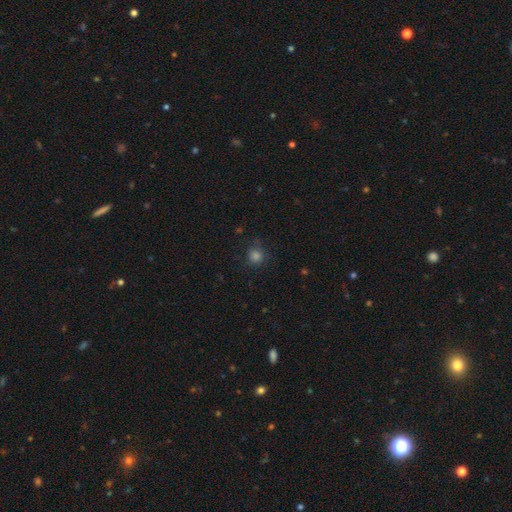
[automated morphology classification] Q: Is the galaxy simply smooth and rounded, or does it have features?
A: smooth — 77%.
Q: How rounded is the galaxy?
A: round — 90%.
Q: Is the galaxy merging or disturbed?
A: none — 79%.